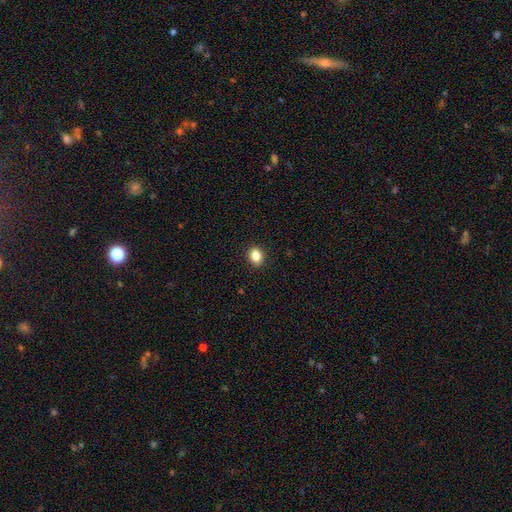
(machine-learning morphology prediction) Smooth or featured? smooth (85%)
How rounded? in between (59%)
Merging? none (90%)